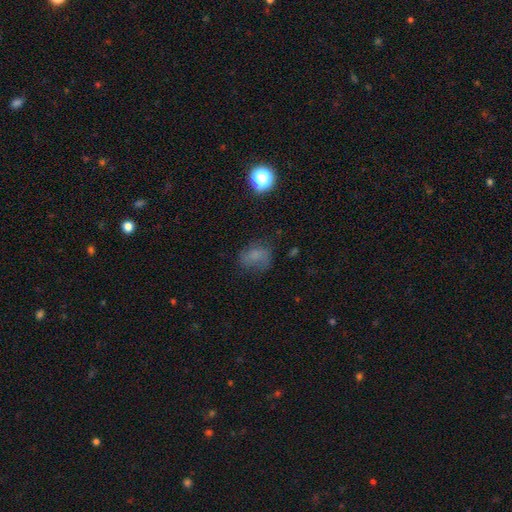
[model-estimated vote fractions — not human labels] The model was most divided on "how rounded": in between: 62%, round: 37%, cigar-shaped: 2%. More confident: smooth or featured — smooth (64%); merging — none (57%).